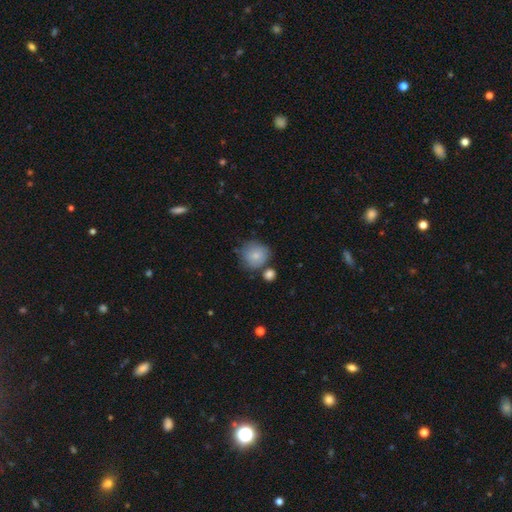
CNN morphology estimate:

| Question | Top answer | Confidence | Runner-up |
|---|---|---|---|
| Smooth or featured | smooth | 80% | featured or disk (12%) |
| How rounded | round | 88% | in between (11%) |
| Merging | none | 63% | minor disturbance (19%) |